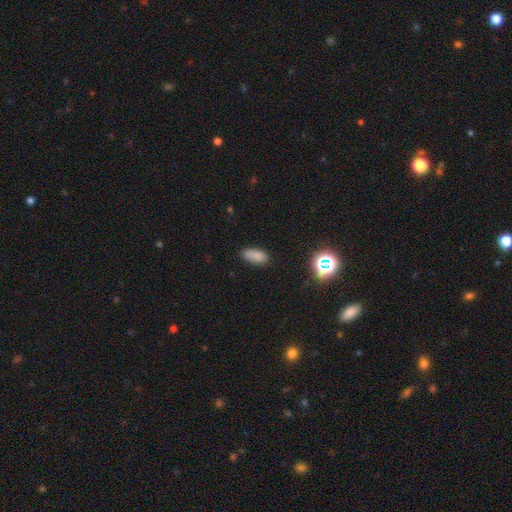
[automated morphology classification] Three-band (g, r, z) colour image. It shows a smooth galaxy with no disk features (80%) that is in between round and cigar-shaped (87%). Merging: none (74%).